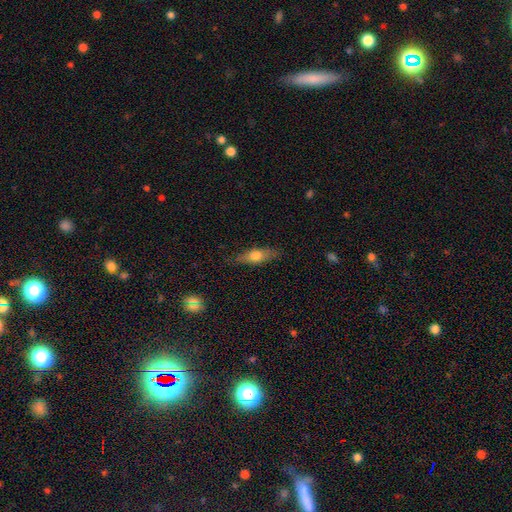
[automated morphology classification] Smooth or featured? Predicted: smooth (p=0.59). How rounded? Predicted: in between (p=0.48, tied with cigar-shaped). Merging? Predicted: none (p=0.82).